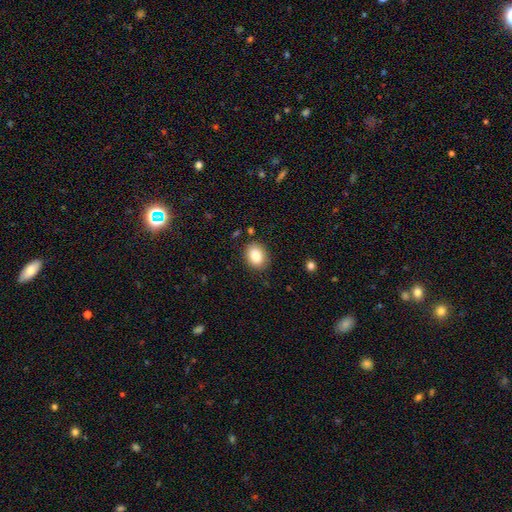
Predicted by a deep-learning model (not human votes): The model was most divided on "how rounded": in between: 61%, round: 38%, cigar-shaped: 1%. More confident: smooth or featured — smooth (87%); merging — none (84%).